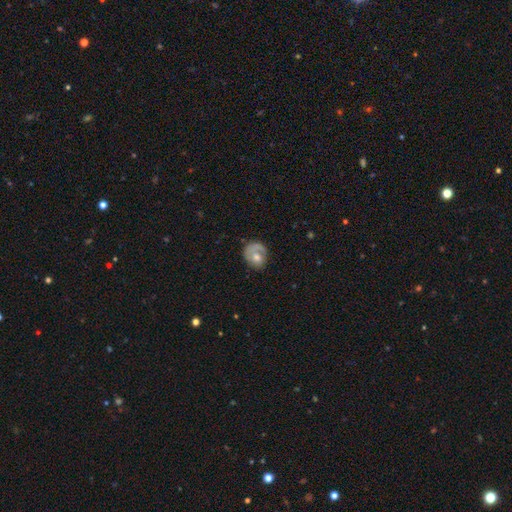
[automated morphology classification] smooth 52%, featured or disk 41%, star or artifact 7%. Down the decision tree: how rounded — round (65%); merging — none (47%).